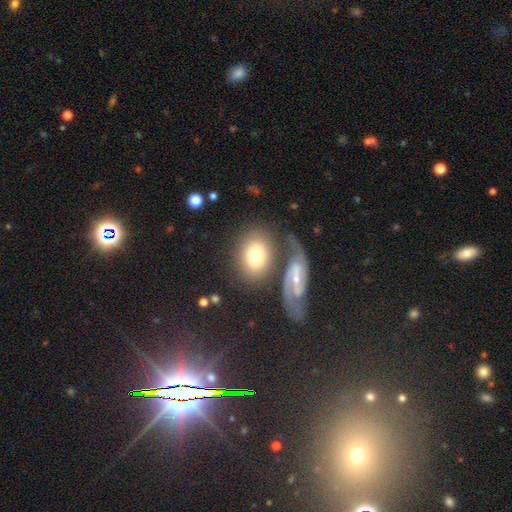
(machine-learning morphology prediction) This is likely a smooth galaxy (66%). How rounded: possibly in between (58%). Merging: possibly none (50%).